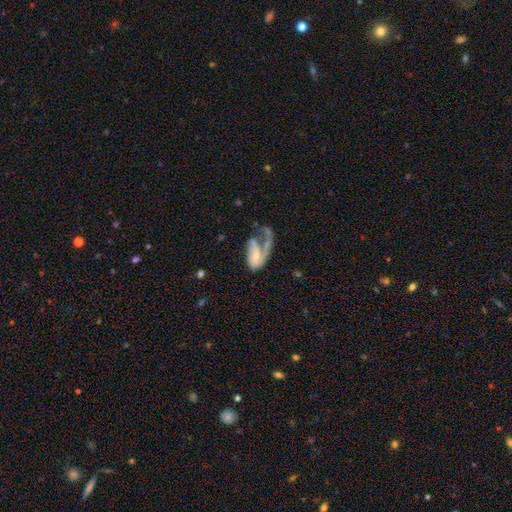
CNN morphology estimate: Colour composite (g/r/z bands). It shows a featured or disk galaxy (64%) with no bar (63%), spiral arms (73%) and a small central bulge (49%). Merging: major disturbance (58%).